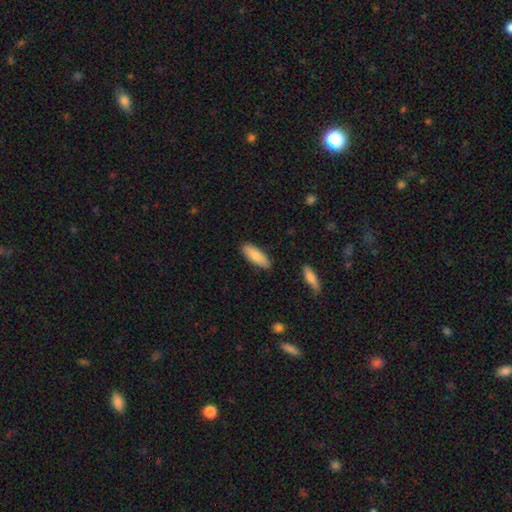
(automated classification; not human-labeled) smooth 86%, featured or disk 8%, star or artifact 6%. Down the decision tree: how rounded — in between (67%); merging — none (87%).